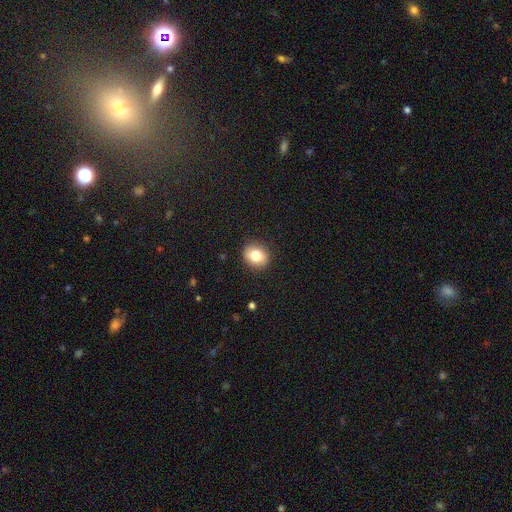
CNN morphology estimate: Smooth or featured? smooth (81%)
How rounded? round (65%)
Merging? none (88%)